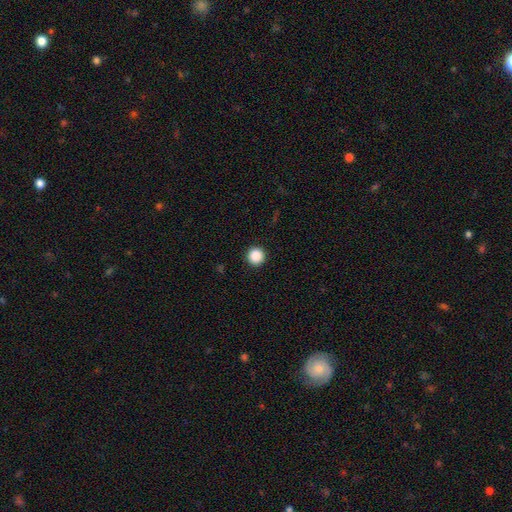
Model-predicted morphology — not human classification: Smooth or featured?
  - smooth: 88% *
  - star or artifact: 10%
  - featured or disk: 2%
How rounded?
  - round: 96% *
  - in between: 3%
  - cigar-shaped: 1%
Merging?
  - none: 93% *
  - minor disturbance: 4%
  - major disturbance: 2%
  - merger: 1%